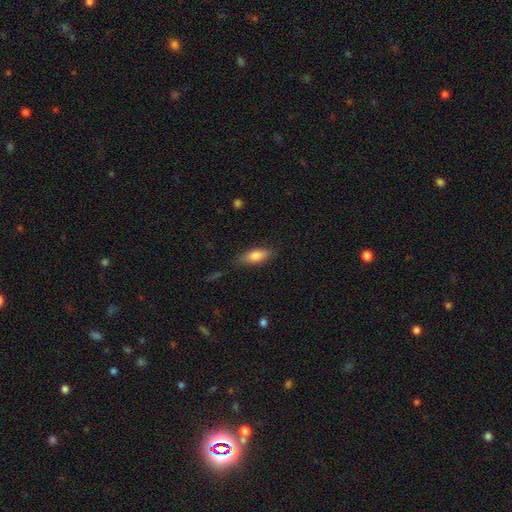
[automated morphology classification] This is likely a smooth galaxy (79%). How rounded: likely in between (74%). Merging: clearly none (81%).